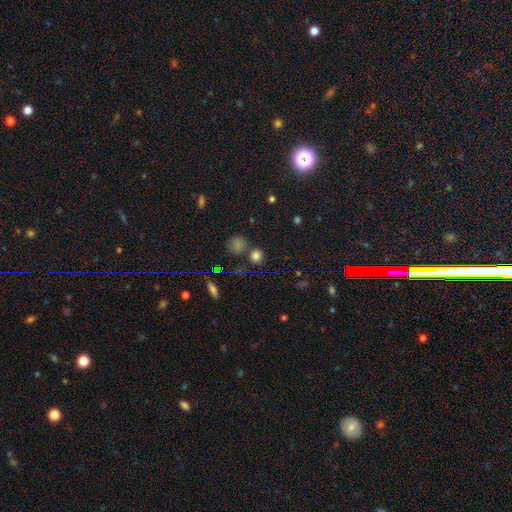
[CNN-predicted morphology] Smooth or featured? Predicted: smooth (p=0.79). How rounded? Predicted: round (p=0.86). Merging? Predicted: none (p=0.71).